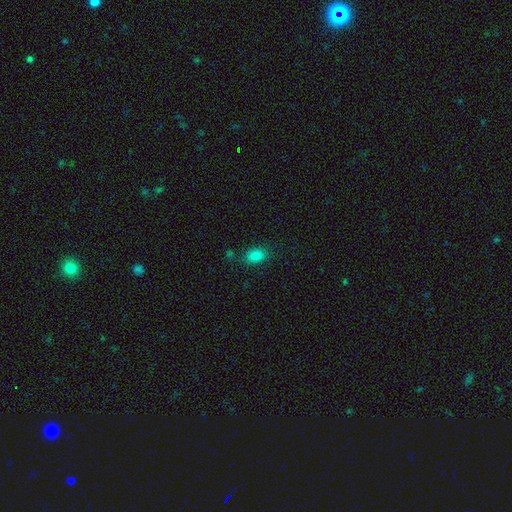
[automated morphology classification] type=smooth (84%); roundness=in between (80%); merging=none (77%).